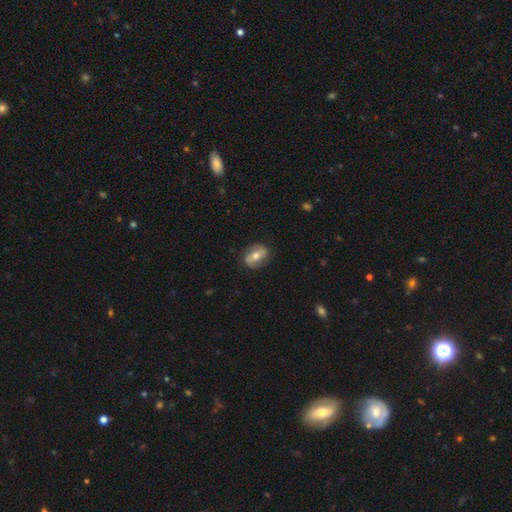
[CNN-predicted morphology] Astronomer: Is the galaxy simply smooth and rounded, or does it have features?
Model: featured or disk — 59% (runner-up: smooth, 34%).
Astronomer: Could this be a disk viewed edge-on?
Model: no — 95%.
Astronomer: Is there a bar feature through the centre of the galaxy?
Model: strong — 34% (runner-up: no, 33%).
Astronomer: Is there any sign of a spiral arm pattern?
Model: yes — 78%.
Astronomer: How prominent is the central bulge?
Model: moderate — 69%.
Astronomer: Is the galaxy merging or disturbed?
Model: none — 82%.